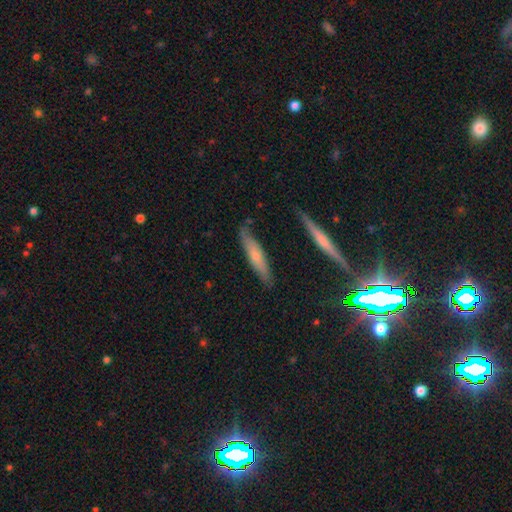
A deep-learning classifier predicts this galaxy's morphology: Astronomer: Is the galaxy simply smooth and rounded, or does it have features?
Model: smooth — 55% (runner-up: featured or disk, 38%).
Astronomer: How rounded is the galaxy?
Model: cigar-shaped — 81%.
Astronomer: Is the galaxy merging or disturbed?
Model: none — 80%.